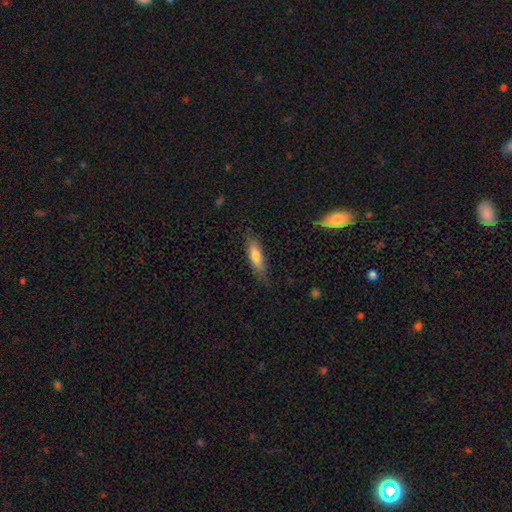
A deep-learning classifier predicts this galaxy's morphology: Smooth or featured?
  - smooth: 72% *
  - featured or disk: 22%
  - star or artifact: 6%
How rounded?
  - cigar-shaped: 62% *
  - in between: 36%
  - round: 2%
Merging?
  - none: 79% *
  - minor disturbance: 16%
  - major disturbance: 4%
  - merger: 1%